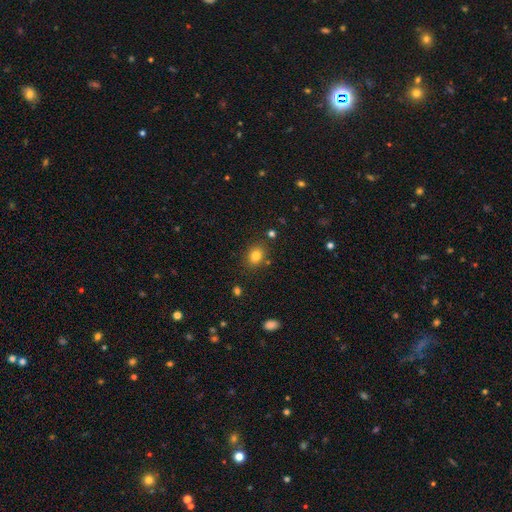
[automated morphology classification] This appears to be a smooth galaxy with no disk features (81%) that is in between round and cigar-shaped (53%). Merging: none (83%).